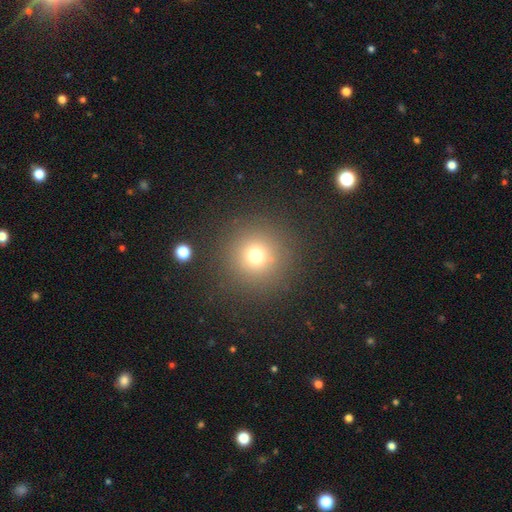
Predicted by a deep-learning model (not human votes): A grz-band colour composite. It shows a smooth galaxy with no disk features (71%) that is round (95%). Merging: none (87%).